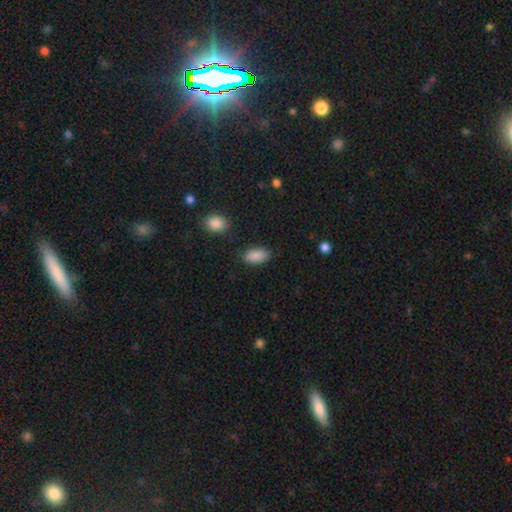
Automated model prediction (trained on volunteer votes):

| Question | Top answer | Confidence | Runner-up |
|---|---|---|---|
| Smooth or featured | smooth | 89% | star or artifact (7%) |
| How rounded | in between | 92% | cigar-shaped (4%) |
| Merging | none | 84% | minor disturbance (11%) |